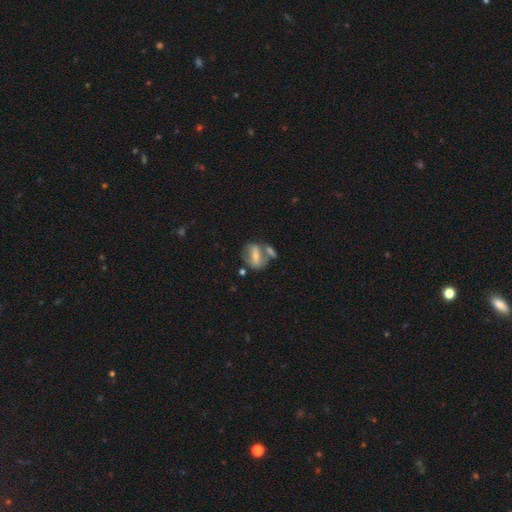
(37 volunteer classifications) Q: Smooth or featured?
A: smooth (51%); runner-up: featured or disk (43%)
Q: How rounded?
A: in between (58%); runner-up: round (37%)
Q: Merging?
A: merger (51%); runner-up: none (26%)